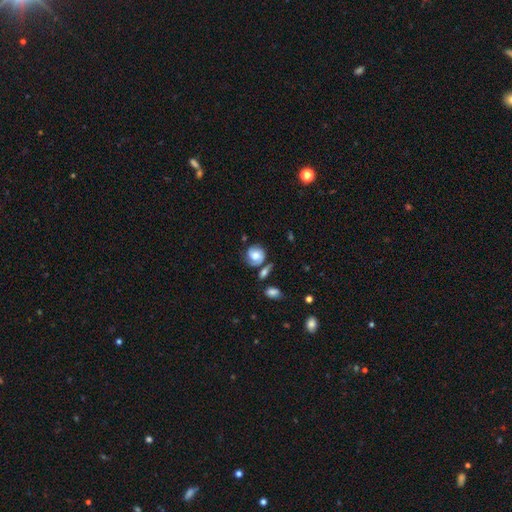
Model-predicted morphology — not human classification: Smooth or featured? featured or disk (46%)
Merging? none (59%)